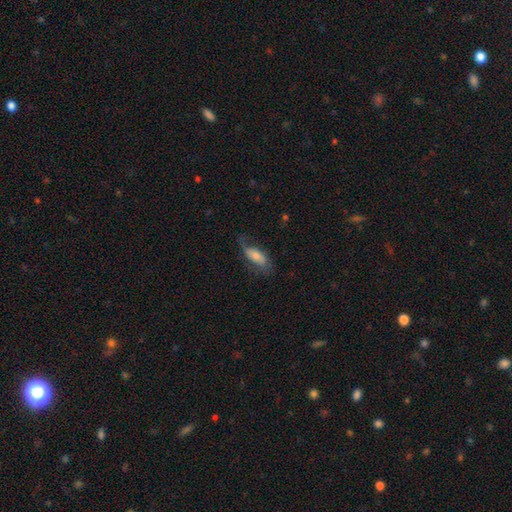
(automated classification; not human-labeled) Morphology: type=smooth (49%); merging=none (53%).